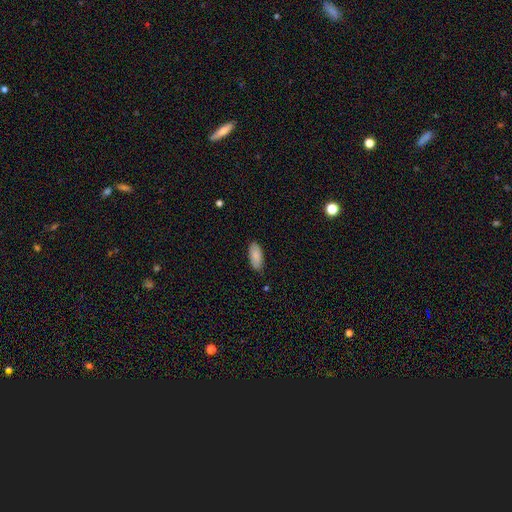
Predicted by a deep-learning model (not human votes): The model was most divided on "merging": none: 85%, minor disturbance: 12%, major disturbance: 2%, merger: 1%. More confident: smooth or featured — smooth (87%); how rounded — in between (86%).